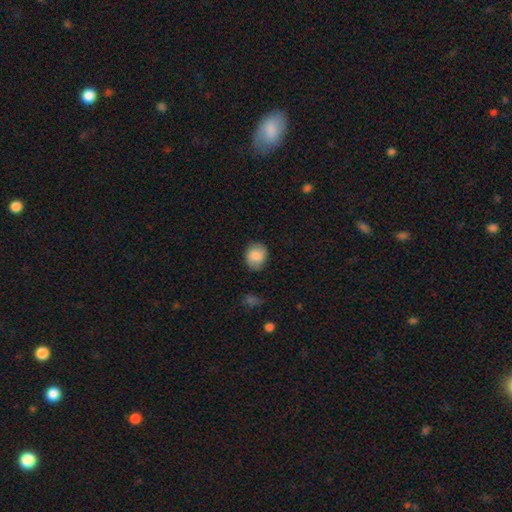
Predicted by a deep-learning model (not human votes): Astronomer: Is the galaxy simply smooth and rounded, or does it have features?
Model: smooth — 80%.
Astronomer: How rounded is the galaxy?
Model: round — 63%.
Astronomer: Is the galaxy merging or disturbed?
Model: none — 80%.